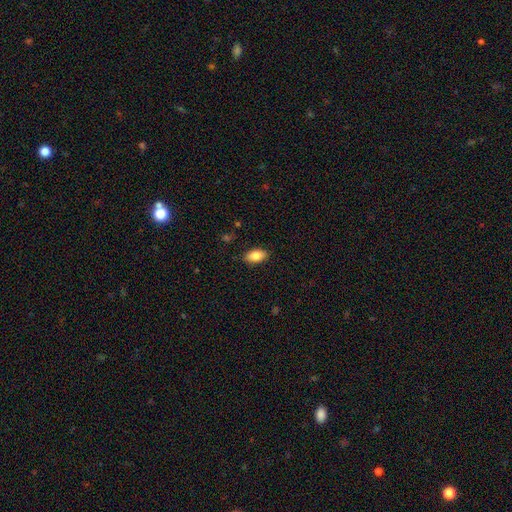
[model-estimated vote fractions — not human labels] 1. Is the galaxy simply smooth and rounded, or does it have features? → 84% smooth, 9% featured or disk, 7% star or artifact.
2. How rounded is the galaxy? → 92% in between, 4% round, 4% cigar-shaped.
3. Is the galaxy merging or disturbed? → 87% none, 9% minor disturbance, 2% major disturbance, 1% merger.